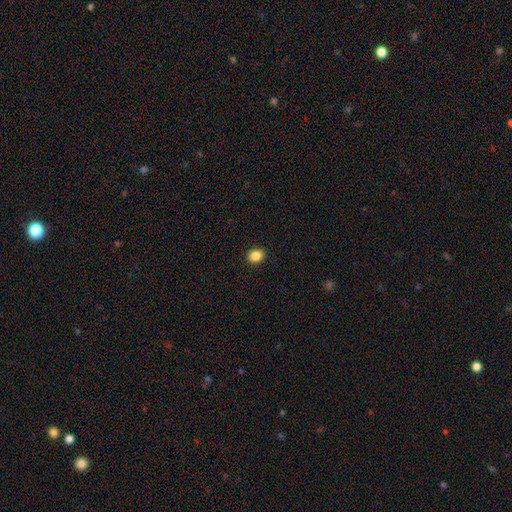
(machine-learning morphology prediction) Q: Smooth or featured?
A: smooth (86%); runner-up: star or artifact (10%)
Q: How rounded?
A: round (62%); runner-up: in between (37%)
Q: Merging?
A: none (92%); runner-up: minor disturbance (6%)